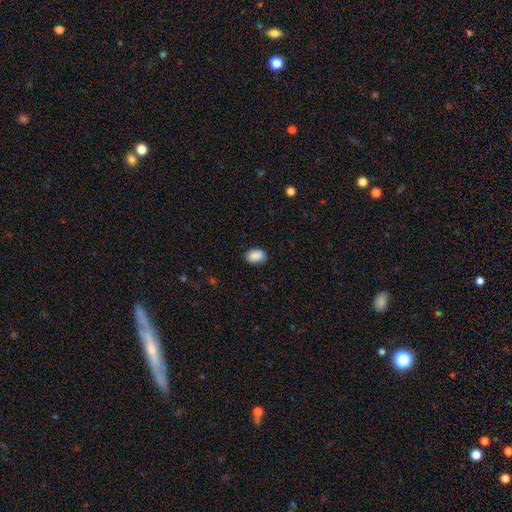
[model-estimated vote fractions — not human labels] This appears to be a smooth galaxy with no disk features (90%) that is in between round and cigar-shaped (86%). Merging: none (86%).